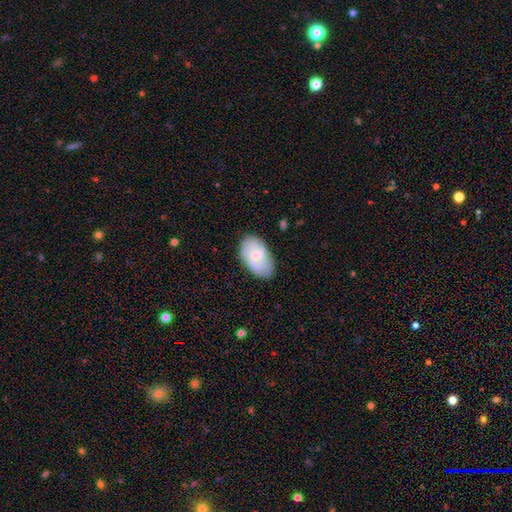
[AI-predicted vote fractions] Smooth or featured? Predicted: smooth (p=0.51). How rounded? Predicted: in between (p=0.92). Merging? Predicted: none (p=0.74).